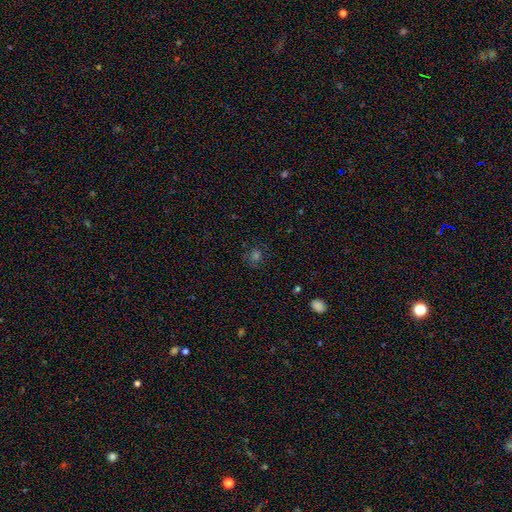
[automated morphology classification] A smooth galaxy with no disk features (54%) that is round (85%).

Vote fractions:
- Smooth or featured? smooth: 54% / star or artifact: 33% / featured or disk: 13%
- How rounded? round: 85% / in between: 14% / cigar-shaped: 1%
- Merging? none: 81% / minor disturbance: 12% / major disturbance: 5% / merger: 2%